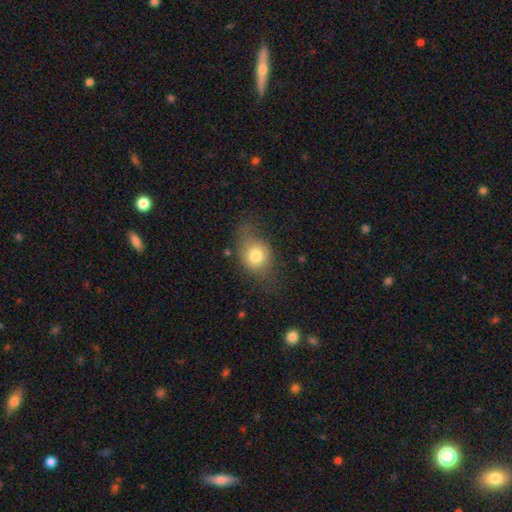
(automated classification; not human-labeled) A smooth galaxy with no disk features (72%) that is in between round and cigar-shaped (51%).

Vote fractions:
- Smooth or featured? smooth: 72% / featured or disk: 19% / star or artifact: 10%
- How rounded? in between: 51% / round: 47% / cigar-shaped: 2%
- Merging? none: 48% / minor disturbance: 30% / major disturbance: 20% / merger: 2%